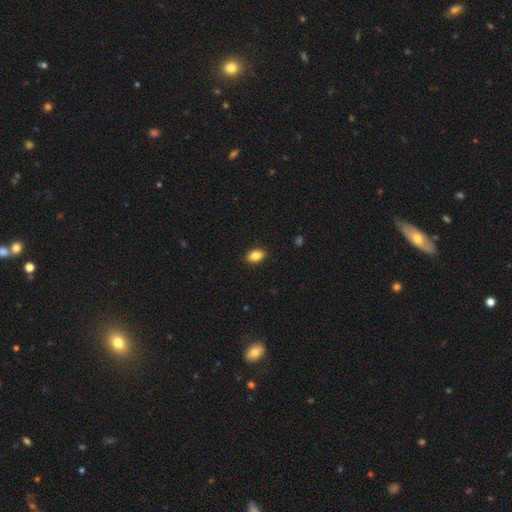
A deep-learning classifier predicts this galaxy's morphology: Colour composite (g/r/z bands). It shows a smooth galaxy with no disk features (84%) that is in between round and cigar-shaped (85%). Merging: none (90%).